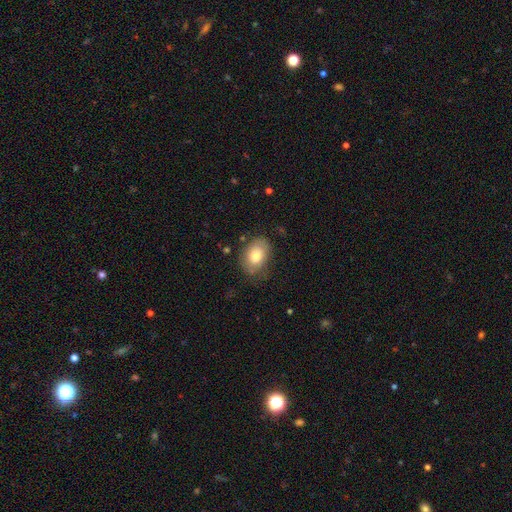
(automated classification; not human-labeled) Morphology: type=smooth (72%); roundness=in between (80%); merging=none (69%).